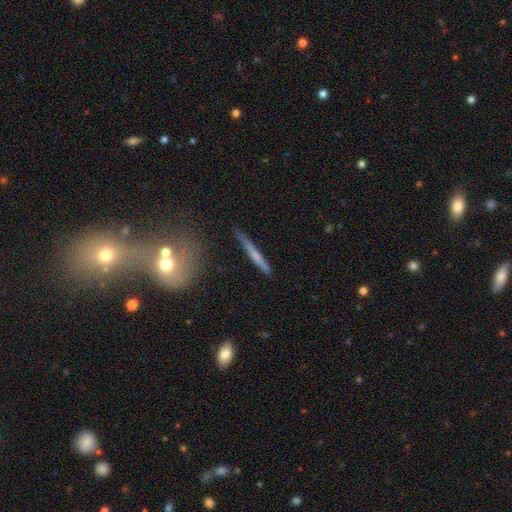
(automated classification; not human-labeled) The model was most divided on "smooth or featured" (2-way tie): smooth: 46%, featured or disk: 46%, star or artifact: 8%. More confident: merging — none (80%).